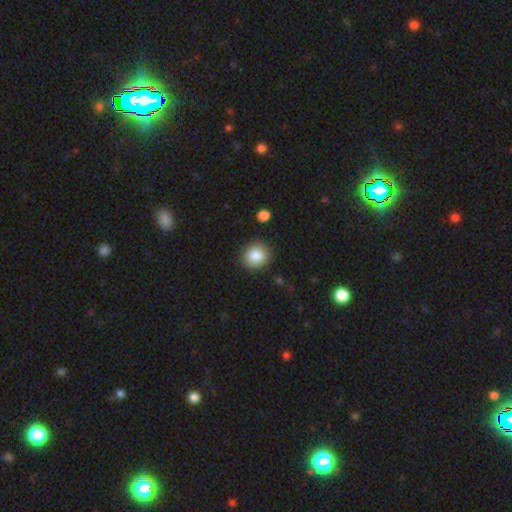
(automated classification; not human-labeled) Smooth or featured: smooth — 86% (star or artifact — 9%)
How rounded: round — 79% (in between — 20%)
Merging: none — 89% (minor disturbance — 8%)